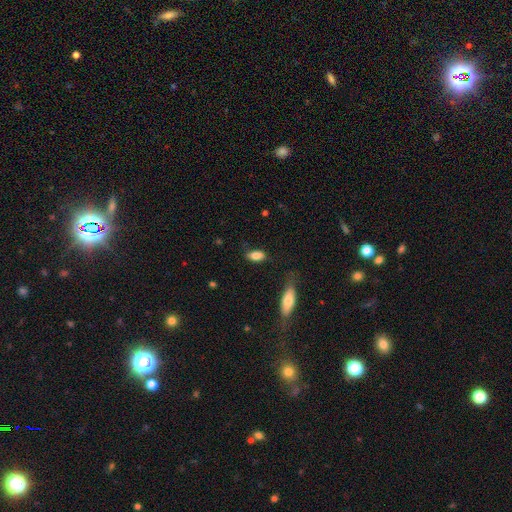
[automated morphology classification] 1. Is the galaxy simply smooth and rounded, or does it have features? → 82% smooth, 10% featured or disk, 8% star or artifact.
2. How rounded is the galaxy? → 88% in between, 7% cigar-shaped, 5% round.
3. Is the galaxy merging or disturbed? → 75% none, 18% minor disturbance, 5% major disturbance, 2% merger.